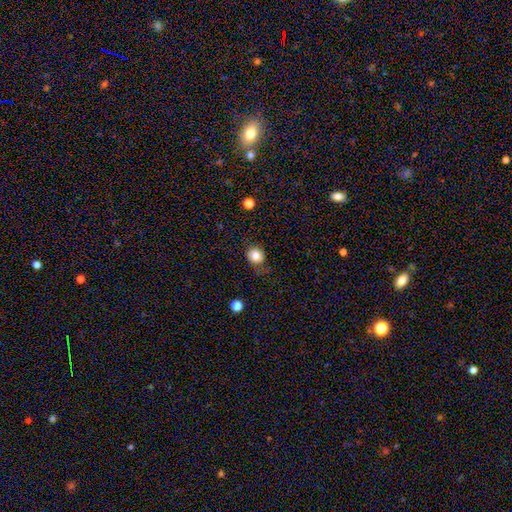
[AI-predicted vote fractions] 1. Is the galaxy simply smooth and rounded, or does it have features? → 80% smooth, 11% star or artifact, 10% featured or disk.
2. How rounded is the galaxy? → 80% round, 19% in between, 1% cigar-shaped.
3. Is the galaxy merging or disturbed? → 62% none, 25% minor disturbance, 12% major disturbance, 2% merger.